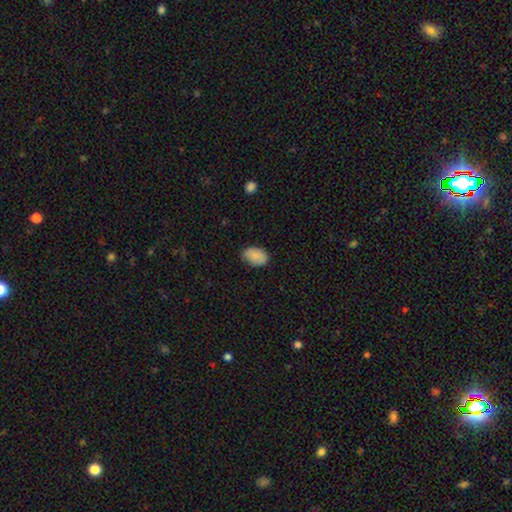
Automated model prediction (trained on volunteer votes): Q: Smooth or featured?
A: smooth (85%); runner-up: featured or disk (8%)
Q: How rounded?
A: in between (85%); runner-up: round (14%)
Q: Merging?
A: none (71%); runner-up: minor disturbance (25%)